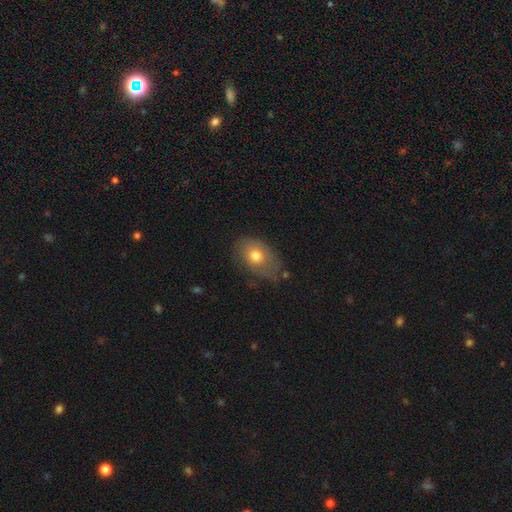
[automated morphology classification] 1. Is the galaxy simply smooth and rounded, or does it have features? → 66% smooth, 27% featured or disk, 8% star or artifact.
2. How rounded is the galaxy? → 77% in between, 22% round, 1% cigar-shaped.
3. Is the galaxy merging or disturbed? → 54% none, 31% minor disturbance, 12% major disturbance, 3% merger.